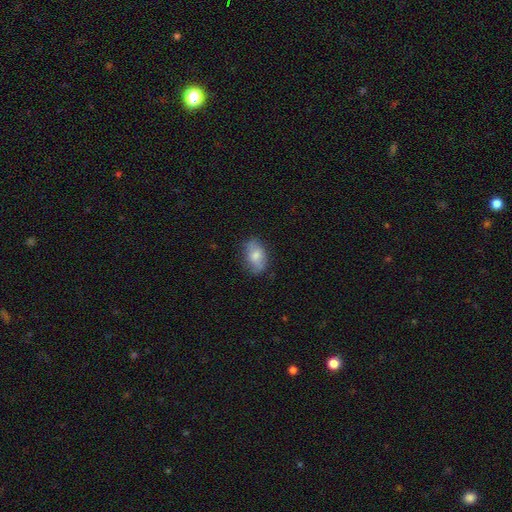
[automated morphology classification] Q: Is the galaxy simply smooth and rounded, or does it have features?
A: smooth — 74%.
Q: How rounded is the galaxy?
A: in between — 88%.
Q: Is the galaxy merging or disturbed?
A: none — 72%.